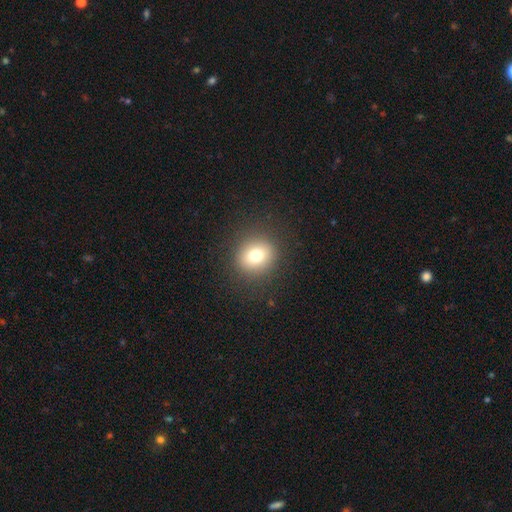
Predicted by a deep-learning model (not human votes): Morphology: type=smooth (76%); roundness=round (83%); merging=none (89%).